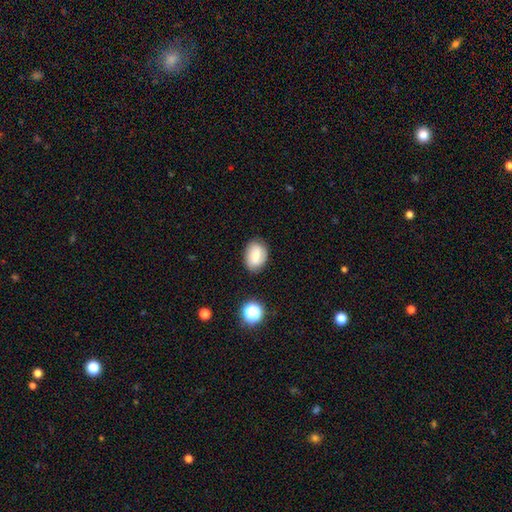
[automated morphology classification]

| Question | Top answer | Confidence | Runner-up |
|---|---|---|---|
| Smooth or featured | smooth | 76% | featured or disk (15%) |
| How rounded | in between | 74% | round (25%) |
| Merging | none | 81% | minor disturbance (14%) |